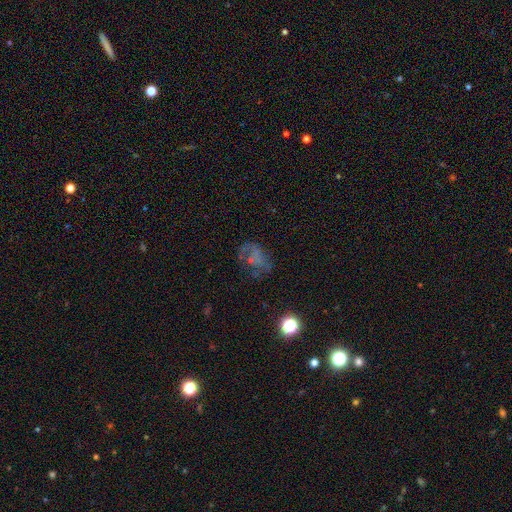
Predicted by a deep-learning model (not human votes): Smooth or featured?
  - featured or disk: 41% *
  - smooth: 33%
  - star or artifact: 26%
Merging?
  - none: 54% *
  - major disturbance: 22%
  - minor disturbance: 21%
  - merger: 3%